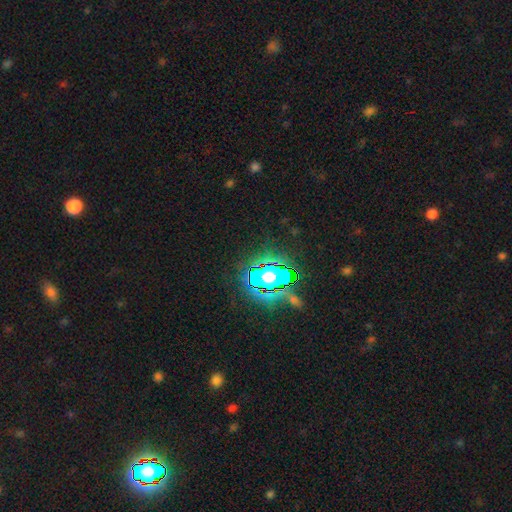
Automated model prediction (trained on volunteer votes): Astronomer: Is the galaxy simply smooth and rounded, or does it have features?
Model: star or artifact — 82%.